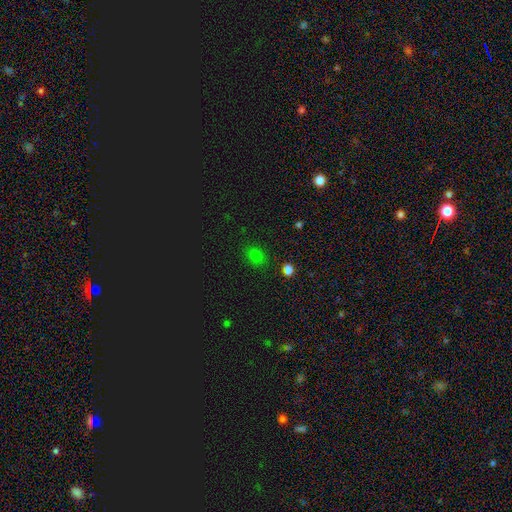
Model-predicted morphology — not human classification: This appears to be a smooth galaxy with no disk features (75%) that is round (52%). Merging: none (84%).